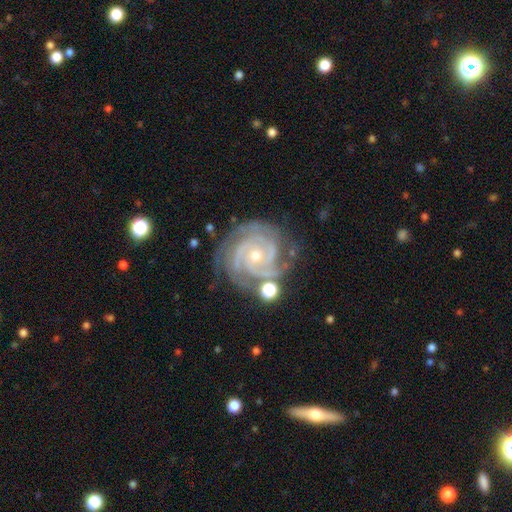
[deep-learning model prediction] featured or disk 92%, star or artifact 5%, smooth 3%. Down the decision tree: edge-on disk — no (98%); bar — no (72%); spiral arms — yes (99%); spiral arm count — 3 (43%); spiral winding — tight (77%); bulge size — small (62%); merging — none (73%).